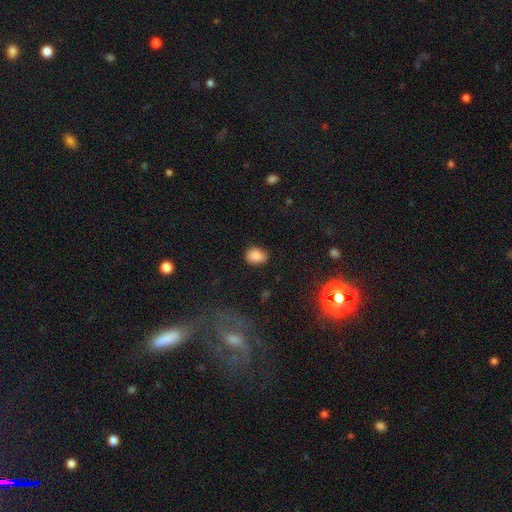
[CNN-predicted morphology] Smooth or featured? Predicted: smooth (p=0.86). How rounded? Predicted: in between (p=0.66). Merging? Predicted: none (p=0.77).